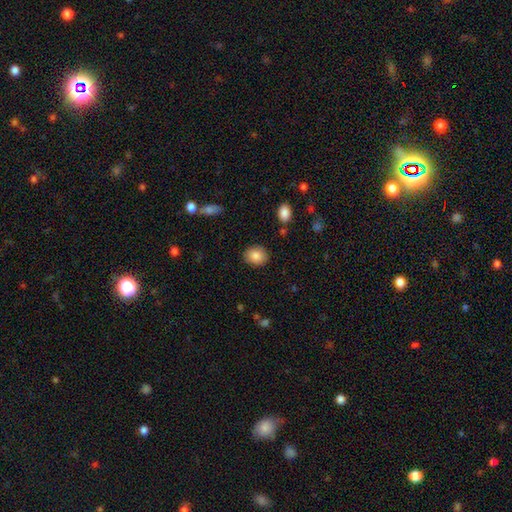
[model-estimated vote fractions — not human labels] Smooth or featured?
  - smooth: 85% *
  - star or artifact: 8%
  - featured or disk: 7%
How rounded?
  - round: 61% *
  - in between: 38%
  - cigar-shaped: 1%
Merging?
  - none: 88% *
  - minor disturbance: 8%
  - major disturbance: 2%
  - merger: 2%